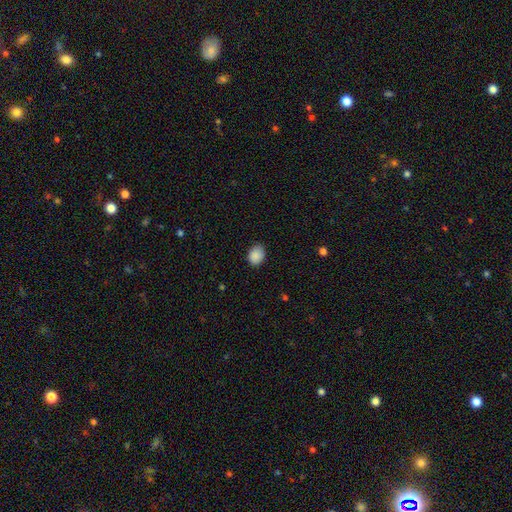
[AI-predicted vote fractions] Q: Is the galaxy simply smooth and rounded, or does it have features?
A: smooth — 88%.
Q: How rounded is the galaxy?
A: in between — 61%.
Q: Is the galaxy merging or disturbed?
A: none — 81%.